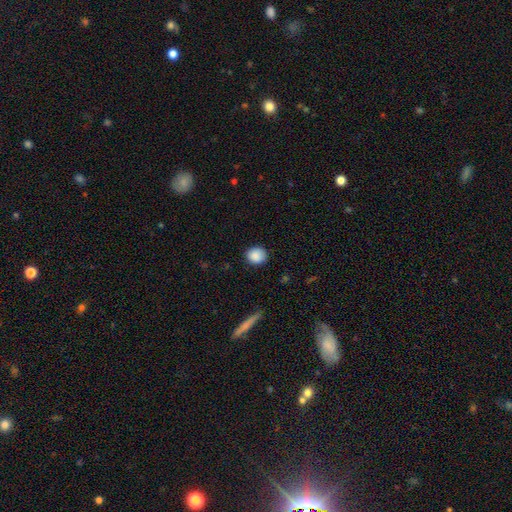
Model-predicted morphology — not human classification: A smooth galaxy with no disk features (88%) that is round (80%).

Vote fractions:
- Smooth or featured? smooth: 88% / star or artifact: 8% / featured or disk: 4%
- How rounded? round: 80% / in between: 19% / cigar-shaped: 1%
- Merging? none: 86% / minor disturbance: 11% / major disturbance: 2% / merger: 1%